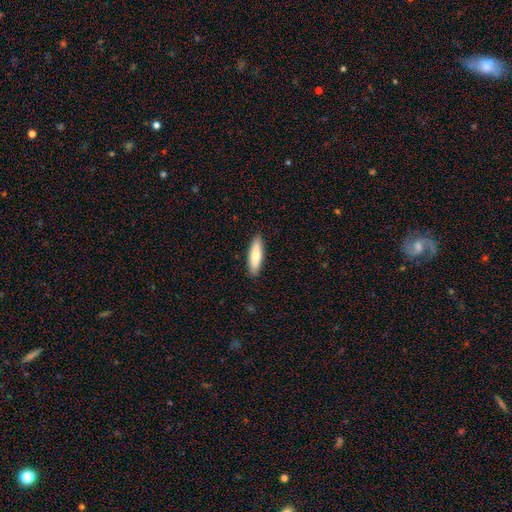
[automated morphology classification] This is likely a smooth galaxy (73%). How rounded: possibly cigar-shaped (59%). Merging: clearly none (90%).